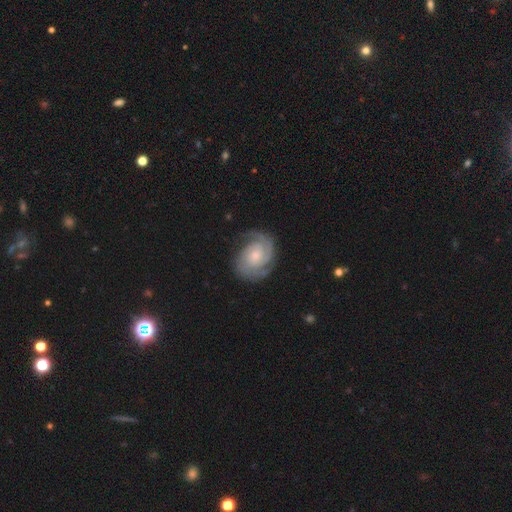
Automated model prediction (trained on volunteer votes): A featured or disk galaxy (87%) with no bar (69%), 2 (55%) tight (65%) spiral arms (97%) and a small central bulge (49%).

Vote fractions:
- Smooth or featured? featured or disk: 87% / smooth: 8% / star or artifact: 5%
- Edge-on disk? no: 98% / yes: 2%
- Bar? no: 69% / weak: 27% / strong: 5%
- Spiral arms? yes: 97% / no: 3%
- Spiral winding? tight: 65% / medium: 29% / loose: 6%
- Spiral arm count? 2: 55% / 3: 18% / can't tell: 14% / 1: 5% / 4: 4% / more than 4: 4%
- Bulge size? small: 49% / moderate: 41% / large: 5% / none: 4% / dominant: 1%
- Merging? none: 75% / minor disturbance: 17% / major disturbance: 7% / merger: 1%